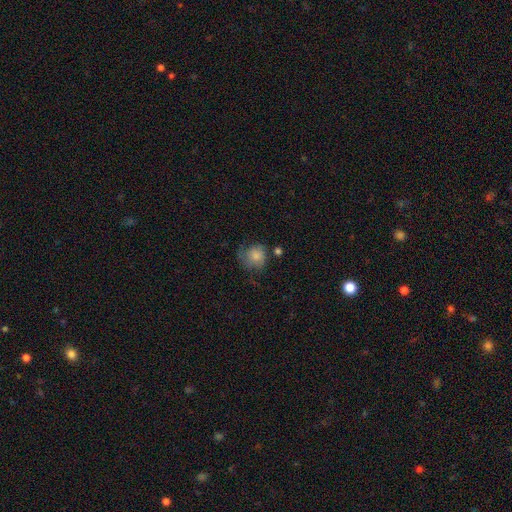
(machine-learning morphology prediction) Overall: smooth (72%). How rounded: round (79%). Merging: none (47%; minor disturbance 29%).